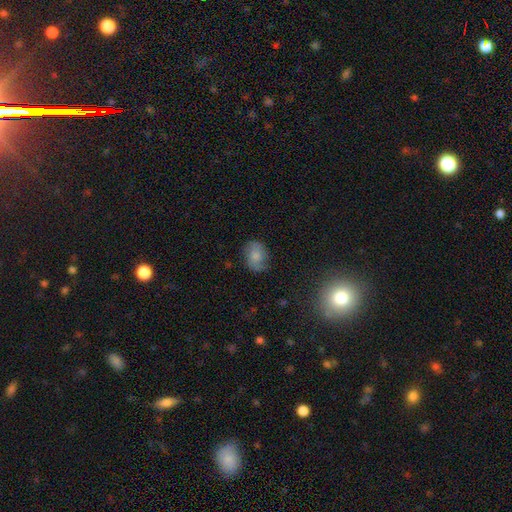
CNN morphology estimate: type=smooth (71%); roundness=in between (61%); merging=none (72%).